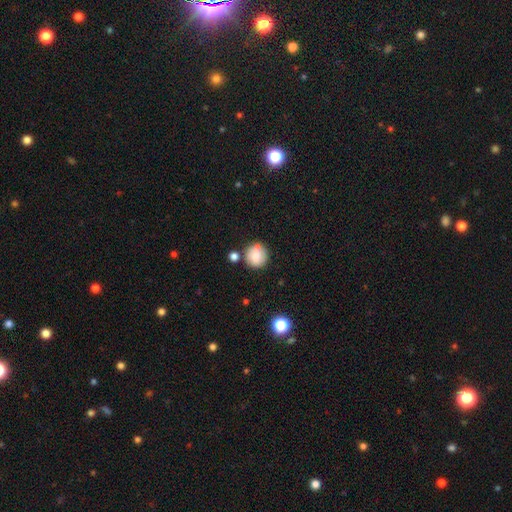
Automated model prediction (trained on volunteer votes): Smooth or featured: smooth — 78% (featured or disk — 13%)
How rounded: round — 92% (in between — 8%)
Merging: none — 72% (minor disturbance — 14%)